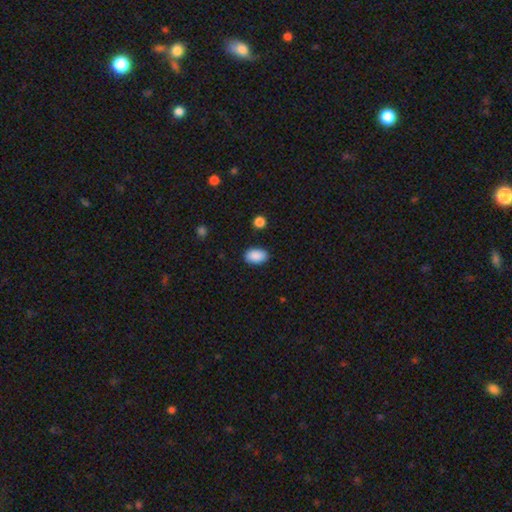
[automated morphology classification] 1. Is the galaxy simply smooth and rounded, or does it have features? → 90% smooth, 7% star or artifact, 3% featured or disk.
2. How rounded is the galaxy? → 90% in between, 9% round, 1% cigar-shaped.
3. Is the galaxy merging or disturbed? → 87% none, 9% minor disturbance, 2% major disturbance, 1% merger.